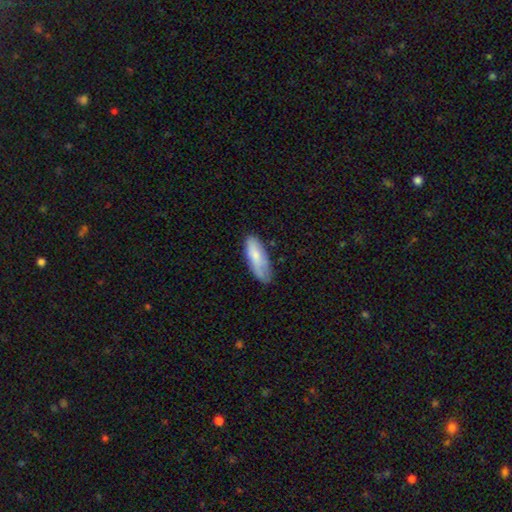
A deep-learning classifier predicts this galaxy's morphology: Overall: smooth (77%). How rounded: in between (66%; cigar-shaped 32%). Merging: none (65%; minor disturbance 27%).